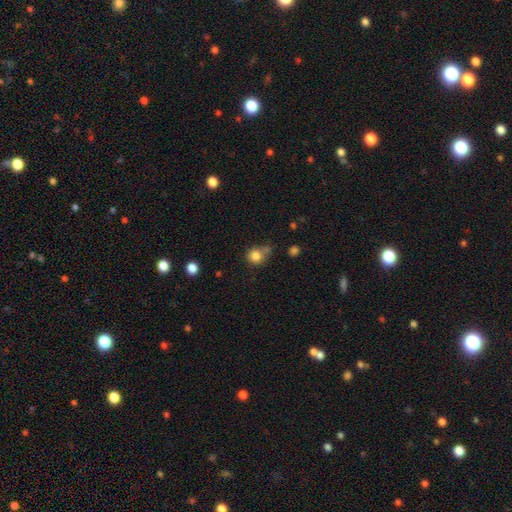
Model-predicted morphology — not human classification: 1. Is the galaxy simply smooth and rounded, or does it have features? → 82% smooth, 11% star or artifact, 7% featured or disk.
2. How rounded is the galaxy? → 86% round, 13% in between, 1% cigar-shaped.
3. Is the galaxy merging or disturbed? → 55% none, 22% minor disturbance, 16% merger, 8% major disturbance.